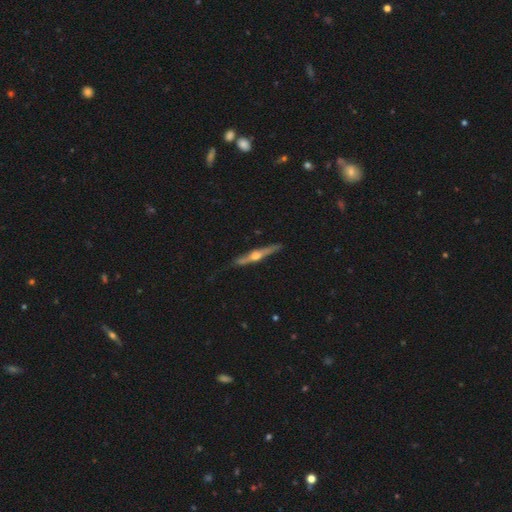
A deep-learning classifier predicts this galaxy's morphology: type=featured or disk (79%); edge-on=yes (97%); edge-on bulge=rounded (92%); merging=none (85%).